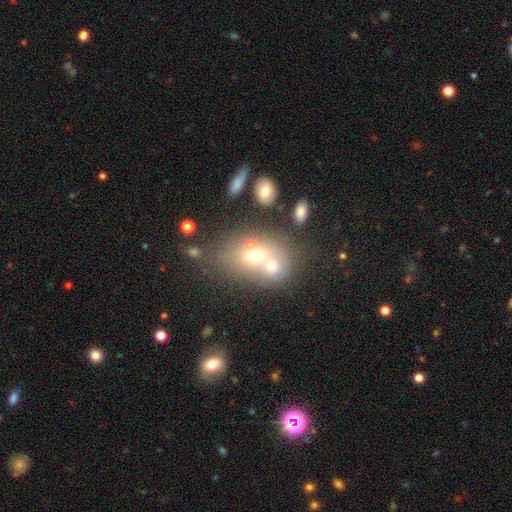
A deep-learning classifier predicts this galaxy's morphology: smooth 56%, featured or disk 29%, star or artifact 15%. Down the decision tree: how rounded — in between (52%); merging — merger (61%).